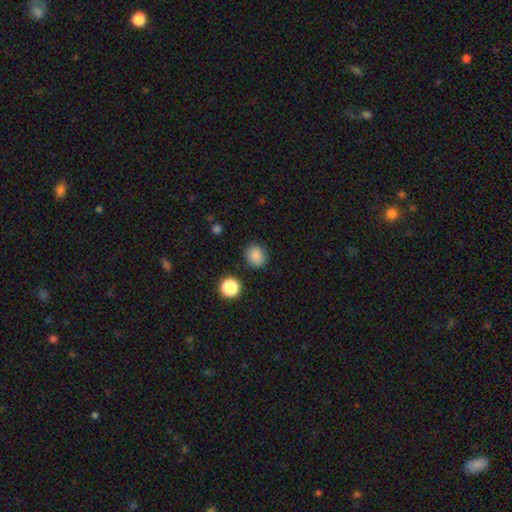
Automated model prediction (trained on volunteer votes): smooth_or_featured: smooth (p=0.85) [alt: star or artifact p=0.11]
how_rounded: round (p=0.62) [alt: in between p=0.37]
merging: none (p=0.85) [alt: minor disturbance p=0.10]